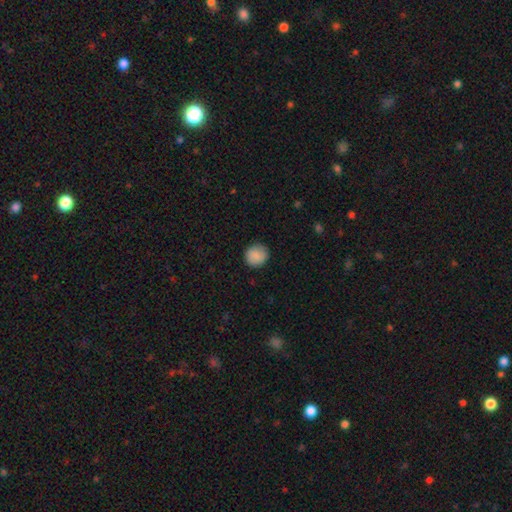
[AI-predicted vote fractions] Smooth or featured? smooth (86%)
How rounded? round (92%)
Merging? none (88%)